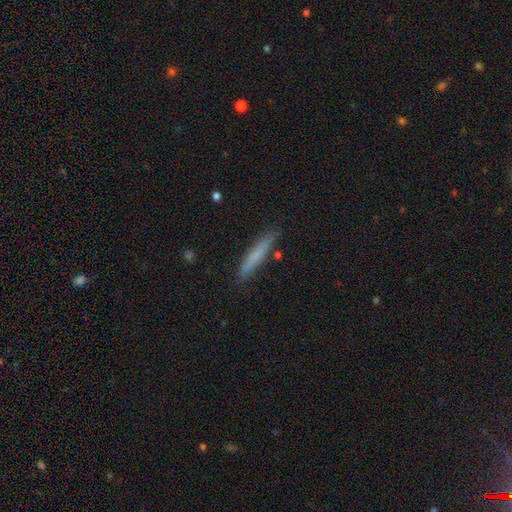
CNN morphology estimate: smooth 71%, featured or disk 22%, star or artifact 7%. Down the decision tree: how rounded — cigar-shaped (94%); merging — none (86%).